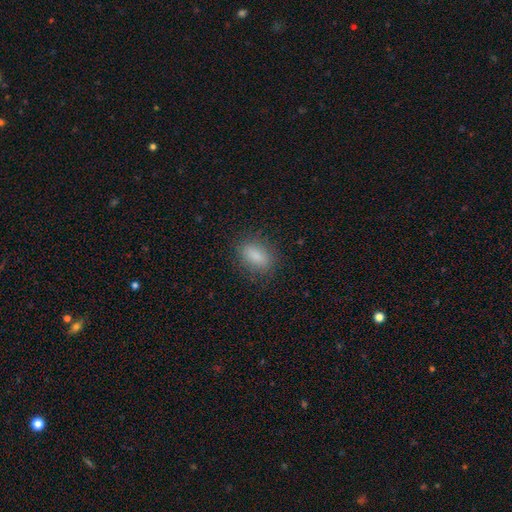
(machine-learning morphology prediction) Overall: smooth (85%). How rounded: in between (82%). Merging: none (83%).